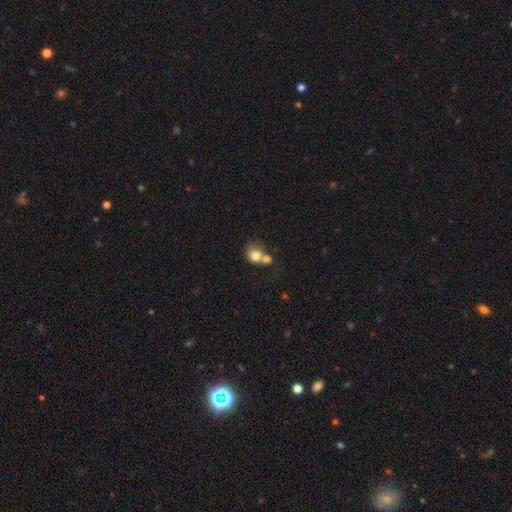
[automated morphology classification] Smooth or featured? smooth (77%)
How rounded? round (72%)
Merging? merger (57%)